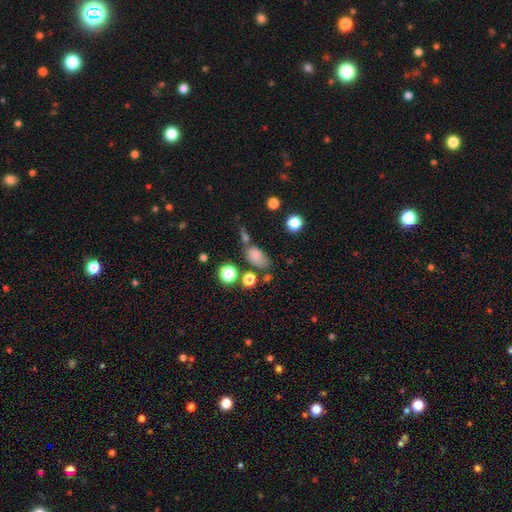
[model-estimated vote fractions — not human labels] A smooth galaxy with no disk features (73%) that is in between round and cigar-shaped (82%). Merging: none (50%).